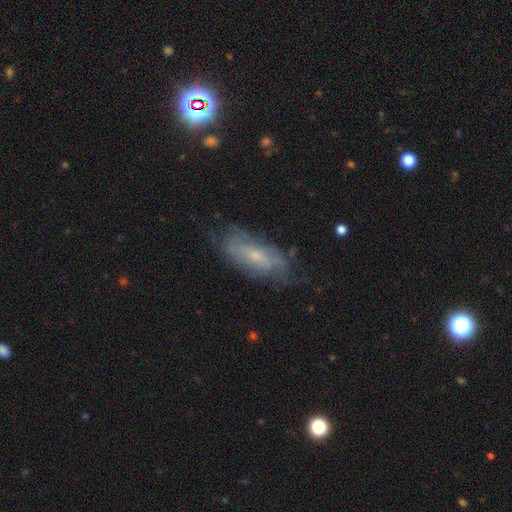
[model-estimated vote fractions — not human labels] Smooth or featured: featured or disk — 56% (smooth — 35%)
Edge-on disk: no — 83% (yes — 17%)
Merging: none — 64% (minor disturbance — 24%)